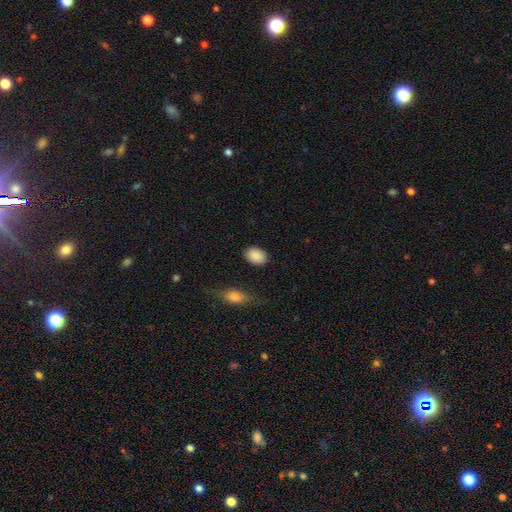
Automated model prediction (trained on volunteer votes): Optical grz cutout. It shows a smooth galaxy with no disk features (90%) that is in between round and cigar-shaped (80%). Merging: none (85%).